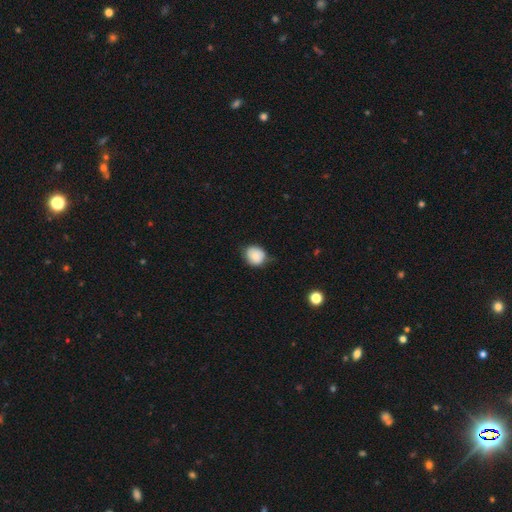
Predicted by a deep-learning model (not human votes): Overall: smooth (81%). How rounded: round (71%). Merging: none (65%; minor disturbance 28%).